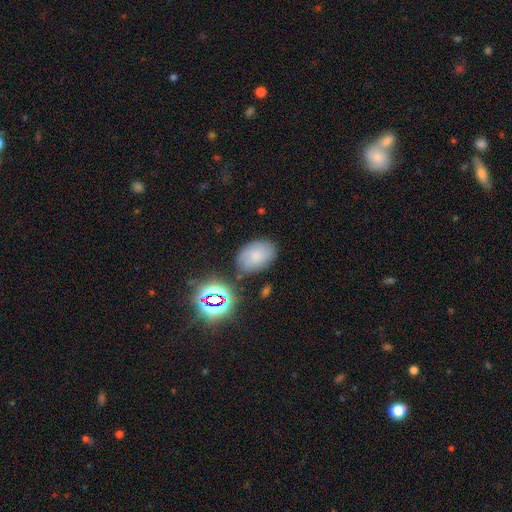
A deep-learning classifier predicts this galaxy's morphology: smooth-or-featured: smooth: 74% | star or artifact: 15% | featured or disk: 11%
  how-rounded: in between: 80% | round: 19% | cigar-shaped: 1%
  merging: none: 76% | minor disturbance: 15% | merger: 5% | major disturbance: 4%